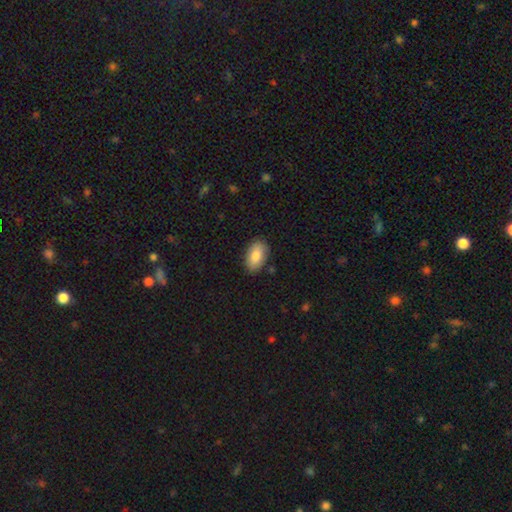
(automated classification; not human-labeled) This is clearly a smooth galaxy (81%). How rounded: clearly in between (92%). Merging: clearly none (84%).